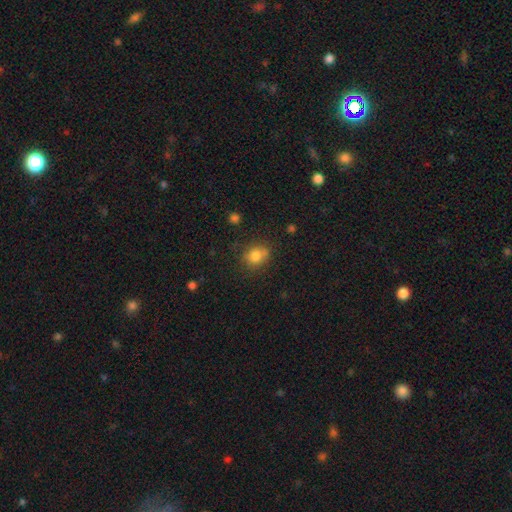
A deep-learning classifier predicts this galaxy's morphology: smooth-or-featured: smooth: 80% | star or artifact: 11% | featured or disk: 9%
  how-rounded: round: 64% | in between: 35% | cigar-shaped: 1%
  merging: none: 67% | minor disturbance: 20% | merger: 9% | major disturbance: 5%